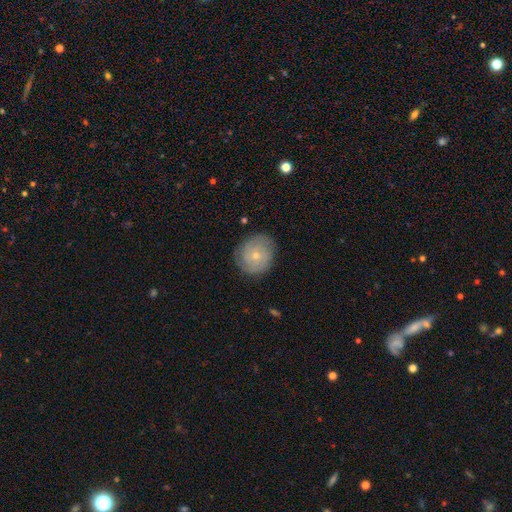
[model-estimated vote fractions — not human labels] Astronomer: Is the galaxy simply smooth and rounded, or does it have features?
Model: featured or disk — 66%.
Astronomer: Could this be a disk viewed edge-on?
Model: no — 97%.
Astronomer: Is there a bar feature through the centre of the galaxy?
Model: no — 80%.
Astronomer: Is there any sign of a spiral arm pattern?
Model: yes — 89%.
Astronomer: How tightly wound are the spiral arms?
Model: tight — 75%.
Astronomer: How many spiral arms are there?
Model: can't tell — 36% (runner-up: 2, 27%).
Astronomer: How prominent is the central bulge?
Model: small — 67%.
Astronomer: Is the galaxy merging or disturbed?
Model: none — 82%.